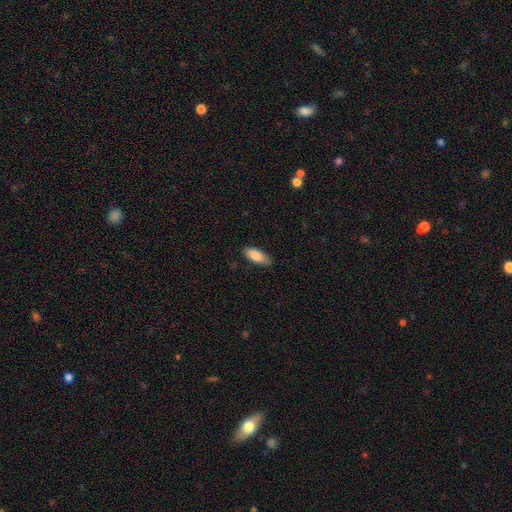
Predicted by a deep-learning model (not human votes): smooth 87%, featured or disk 7%, star or artifact 6%. Down the decision tree: how rounded — in between (82%); merging — none (83%).